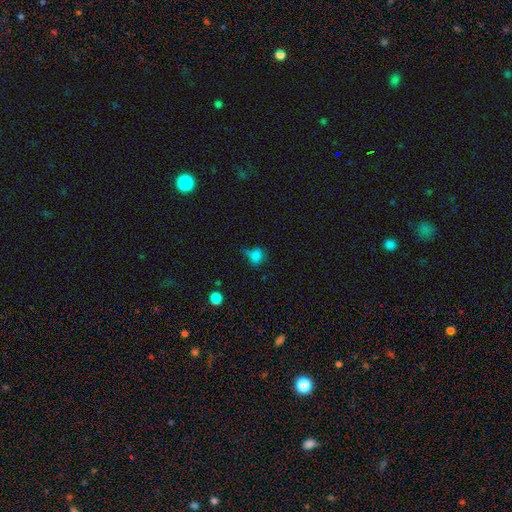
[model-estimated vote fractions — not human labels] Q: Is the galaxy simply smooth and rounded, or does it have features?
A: smooth — 76%.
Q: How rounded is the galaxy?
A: round — 55%.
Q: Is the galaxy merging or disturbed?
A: none — 44%.